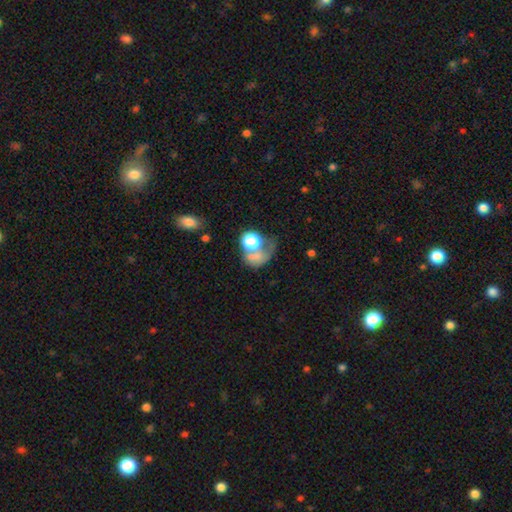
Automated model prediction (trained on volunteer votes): This is possibly a smooth galaxy (56%). How rounded: possibly round (55%). Merging: marginally major disturbance (32%).